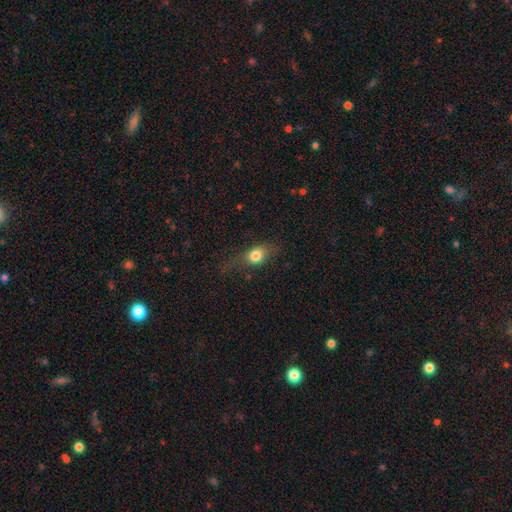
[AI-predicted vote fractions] Morphology: type=smooth (76%); roundness=in between (57%); merging=none (58%).